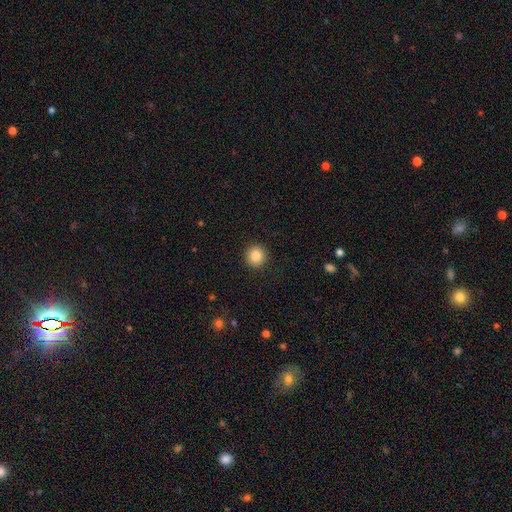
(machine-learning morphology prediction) A smooth galaxy with no disk features (86%) that is round (93%).

Vote fractions:
- Smooth or featured? smooth: 86% / star or artifact: 9% / featured or disk: 5%
- How rounded? round: 93% / in between: 6% / cigar-shaped: 1%
- Merging? none: 92% / minor disturbance: 5% / major disturbance: 2% / merger: 1%